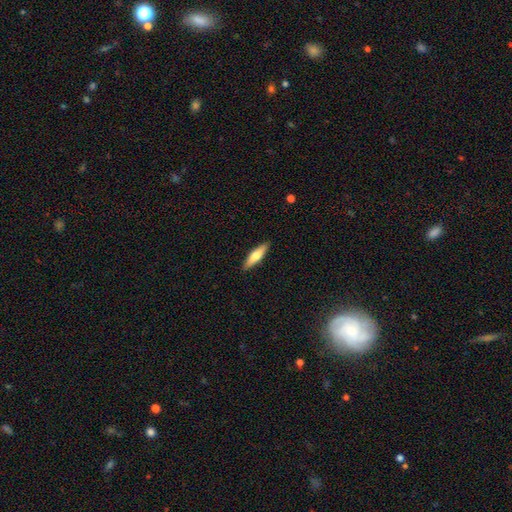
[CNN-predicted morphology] Smooth or featured?
  - smooth: 56% *
  - featured or disk: 38%
  - star or artifact: 5%
How rounded?
  - cigar-shaped: 71% *
  - in between: 27%
  - round: 2%
Merging?
  - none: 90% *
  - minor disturbance: 7%
  - major disturbance: 2%
  - merger: 1%